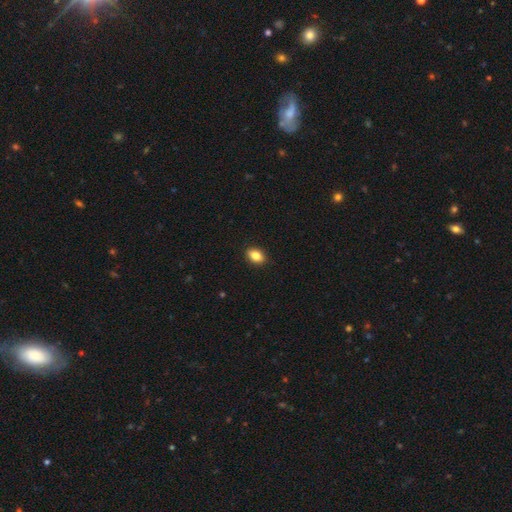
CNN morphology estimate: Q: Smooth or featured?
A: smooth (86%); runner-up: star or artifact (8%)
Q: How rounded?
A: in between (82%); runner-up: round (16%)
Q: Merging?
A: none (90%); runner-up: minor disturbance (7%)